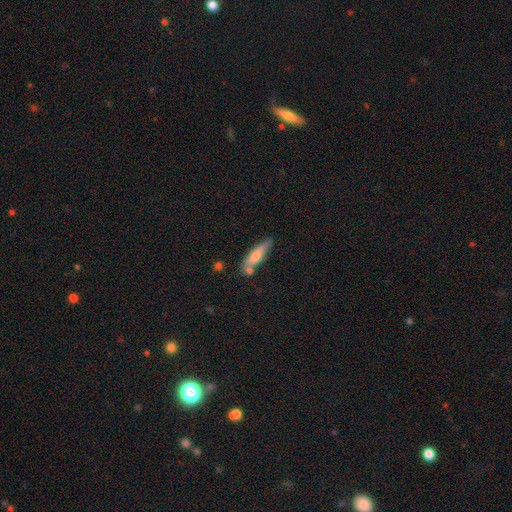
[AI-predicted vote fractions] Overall: smooth (70%). How rounded: cigar-shaped (71%). Merging: none (68%).